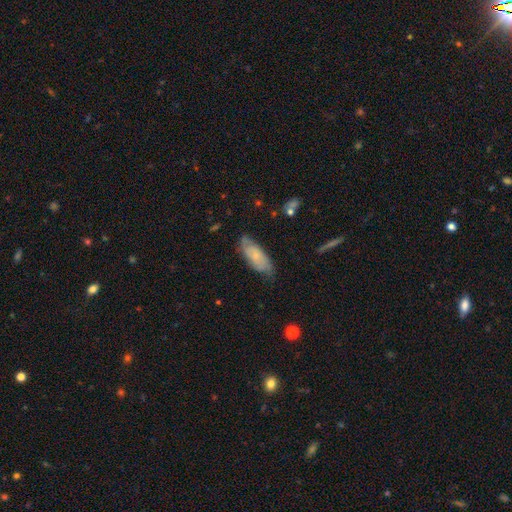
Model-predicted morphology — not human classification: smooth_or_featured: smooth (p=0.47) [alt: featured or disk p=0.46]
merging: none (p=0.64) [alt: minor disturbance p=0.27]